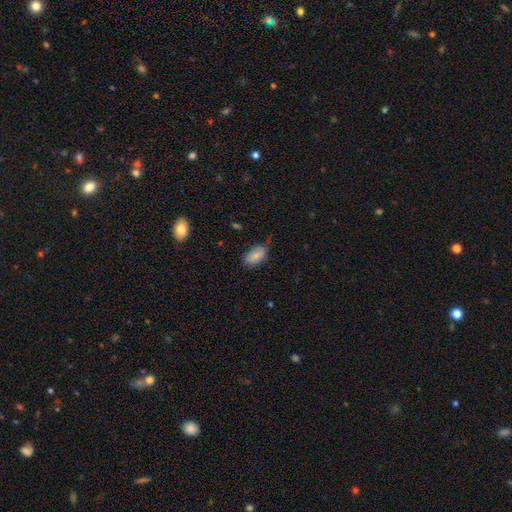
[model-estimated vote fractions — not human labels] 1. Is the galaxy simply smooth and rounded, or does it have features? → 78% smooth, 14% featured or disk, 7% star or artifact.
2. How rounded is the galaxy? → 93% in between, 4% round, 3% cigar-shaped.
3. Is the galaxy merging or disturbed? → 57% none, 33% minor disturbance, 7% major disturbance, 2% merger.